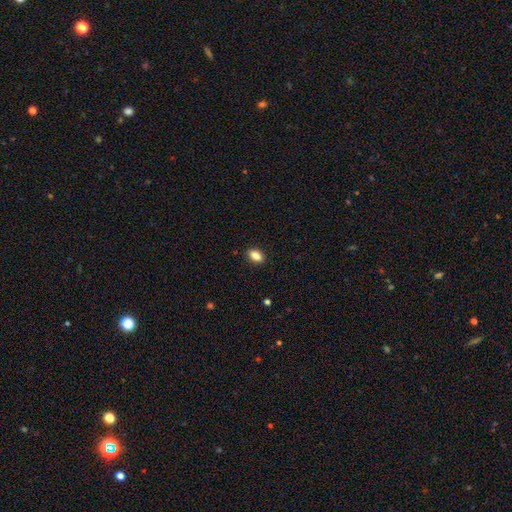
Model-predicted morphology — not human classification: Smooth or featured? smooth (85%)
How rounded? in between (86%)
Merging? none (89%)